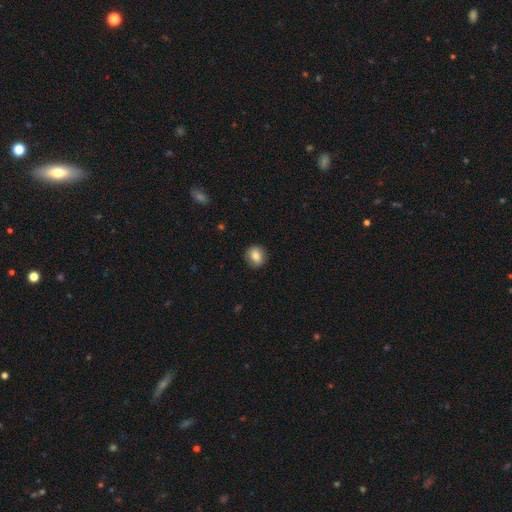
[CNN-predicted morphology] A smooth galaxy with no disk features (79%) that is round (76%). Merging: none (86%).